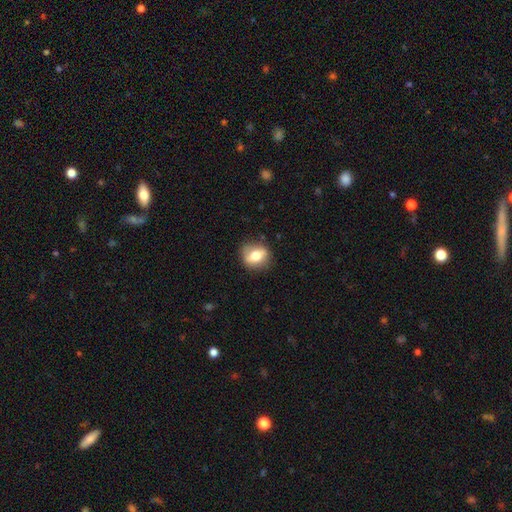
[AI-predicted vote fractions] Smooth or featured? Predicted: smooth (p=0.59). How rounded? Predicted: round (p=0.60). Merging? Predicted: none (p=0.80).